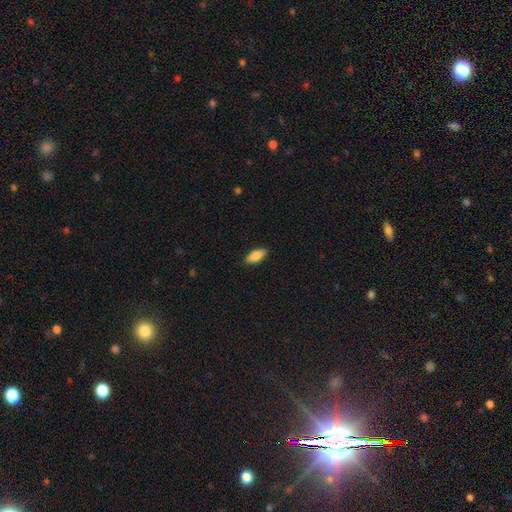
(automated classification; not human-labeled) Overall: smooth (83%). How rounded: in between (83%). Merging: none (88%).